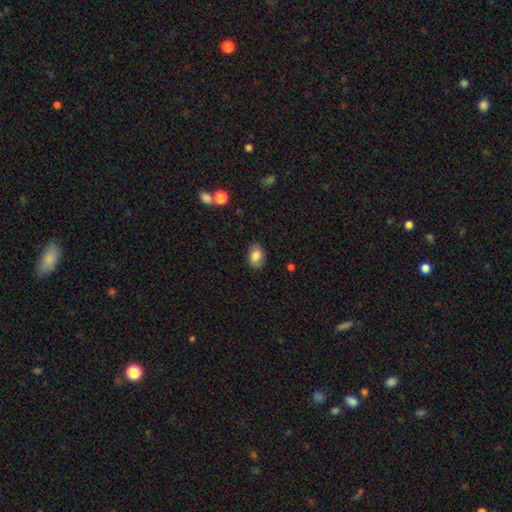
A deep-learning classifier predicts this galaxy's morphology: This appears to be a smooth galaxy with no disk features (82%) that is in between round and cigar-shaped (80%). Merging: none (86%).